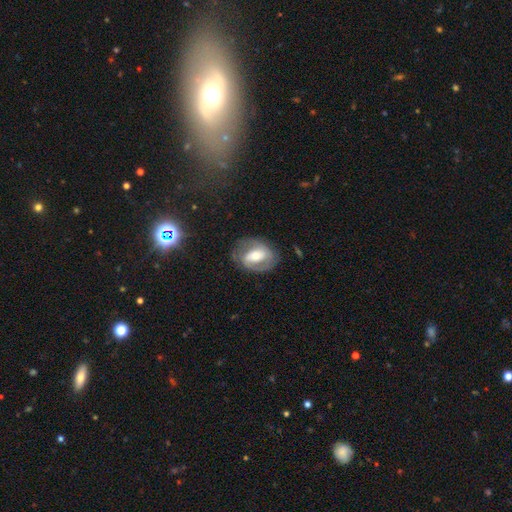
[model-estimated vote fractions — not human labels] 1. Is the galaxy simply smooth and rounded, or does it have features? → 69% featured or disk, 24% smooth, 6% star or artifact.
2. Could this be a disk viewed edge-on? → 95% no, 5% yes.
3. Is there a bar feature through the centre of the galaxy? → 37% weak, 32% strong, 30% no.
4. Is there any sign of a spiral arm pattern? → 72% yes, 28% no.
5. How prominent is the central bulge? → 66% moderate, 23% small, 9% large, 1% dominant, 1% none.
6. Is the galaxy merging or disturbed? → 69% none, 19% minor disturbance, 11% major disturbance, 2% merger.